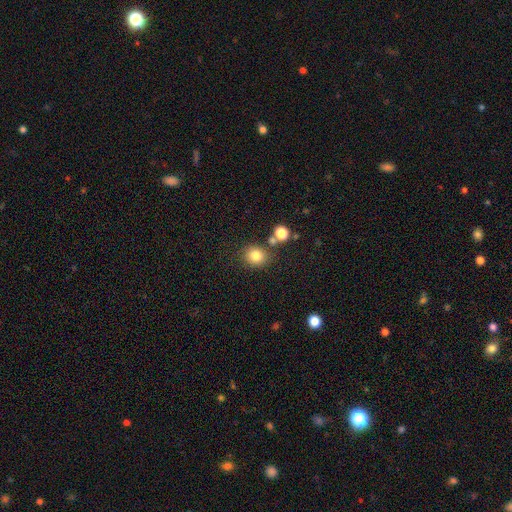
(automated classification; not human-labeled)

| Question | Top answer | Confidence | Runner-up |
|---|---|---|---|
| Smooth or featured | smooth | 81% | star or artifact (12%) |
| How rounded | round | 78% | in between (21%) |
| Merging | none | 76% | merger (10%) |